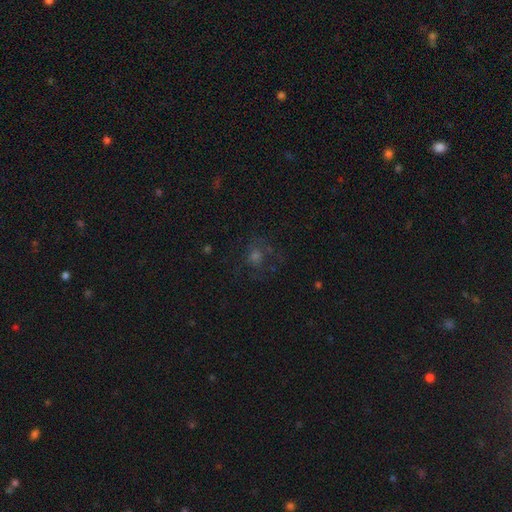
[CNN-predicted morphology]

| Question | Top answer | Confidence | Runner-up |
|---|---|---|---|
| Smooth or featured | smooth | 36% | star or artifact (34%) |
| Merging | none | 62% | major disturbance (19%) |